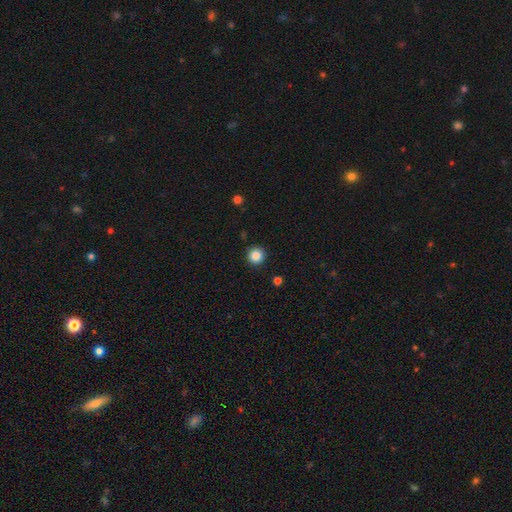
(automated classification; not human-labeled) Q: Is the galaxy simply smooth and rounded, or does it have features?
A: smooth — 86%.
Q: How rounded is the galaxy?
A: round — 96%.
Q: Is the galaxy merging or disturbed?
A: none — 92%.